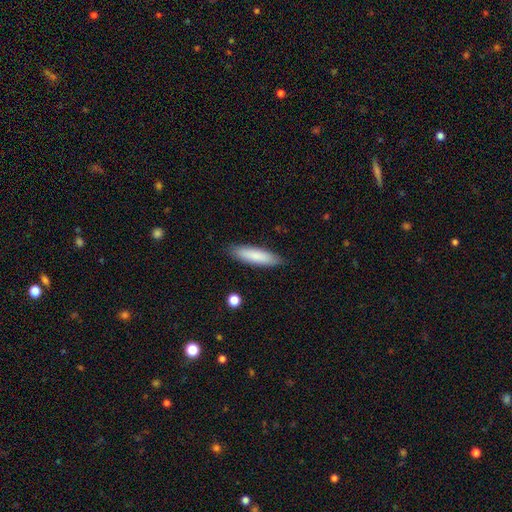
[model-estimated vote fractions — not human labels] Overall: smooth (84%). How rounded: cigar-shaped (68%; in between 31%). Merging: none (88%).